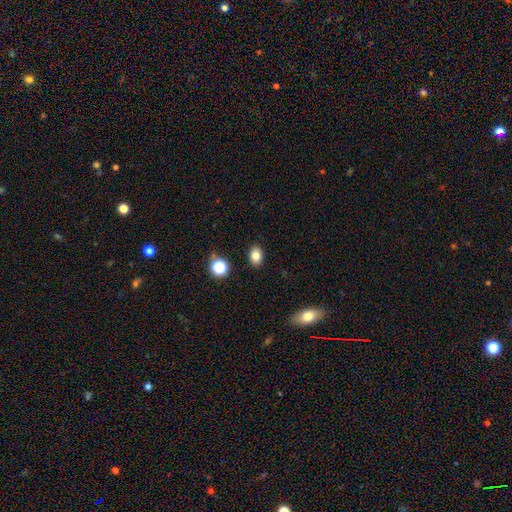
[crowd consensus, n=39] Overall: smooth (85%). How rounded: in between (73%). Merging: none (89%).